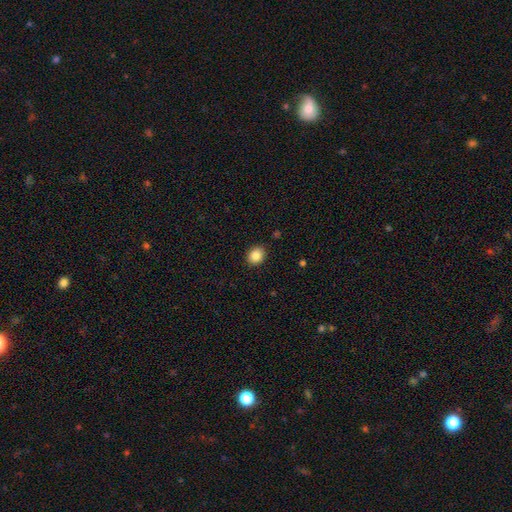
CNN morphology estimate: Overall: smooth (87%). How rounded: round (62%; in between 37%). Merging: none (88%).